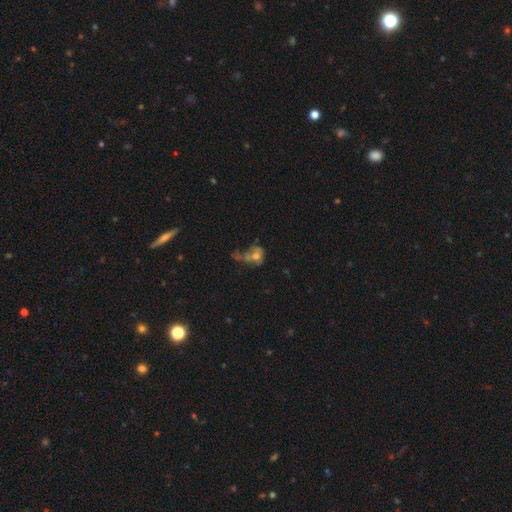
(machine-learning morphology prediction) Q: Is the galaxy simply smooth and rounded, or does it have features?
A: smooth — 52%.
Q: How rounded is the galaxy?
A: in between — 53%.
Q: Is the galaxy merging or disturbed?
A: major disturbance — 39%.